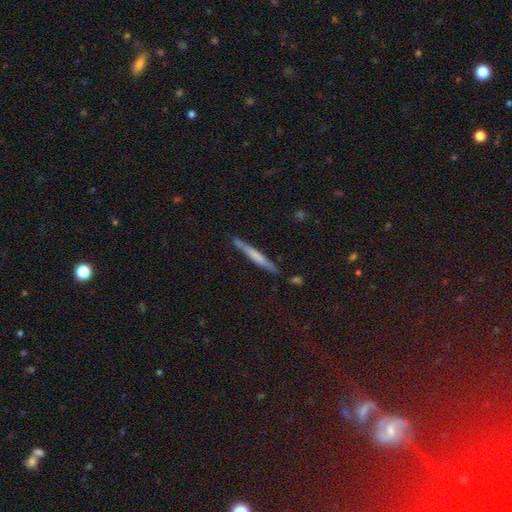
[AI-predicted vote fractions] smooth-or-featured: smooth: 49% | featured or disk: 45% | star or artifact: 6%
  merging: none: 84% | minor disturbance: 11% | merger: 2% | major disturbance: 2%